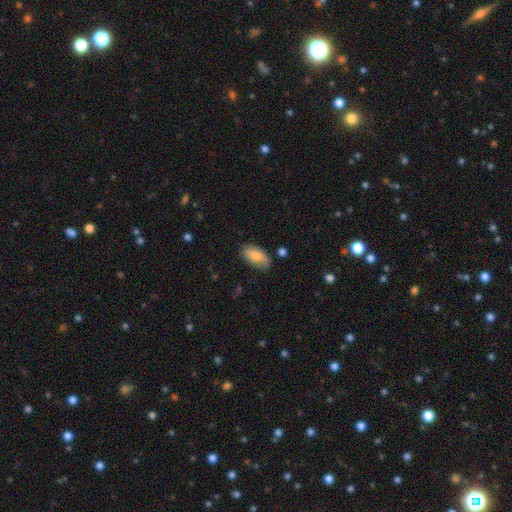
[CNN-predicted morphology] A smooth galaxy with no disk features (80%) that is in between round and cigar-shaped (90%).

Vote fractions:
- Smooth or featured? smooth: 80% / featured or disk: 13% / star or artifact: 7%
- How rounded? in between: 90% / cigar-shaped: 7% / round: 3%
- Merging? none: 70% / minor disturbance: 23% / major disturbance: 5% / merger: 2%